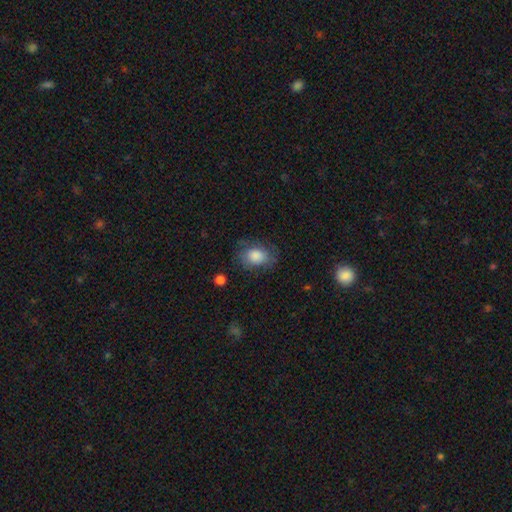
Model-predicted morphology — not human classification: smooth-or-featured: smooth: 78% | featured or disk: 14% | star or artifact: 8%
  how-rounded: in between: 66% | round: 33% | cigar-shaped: 1%
  merging: none: 66% | minor disturbance: 22% | major disturbance: 10% | merger: 2%